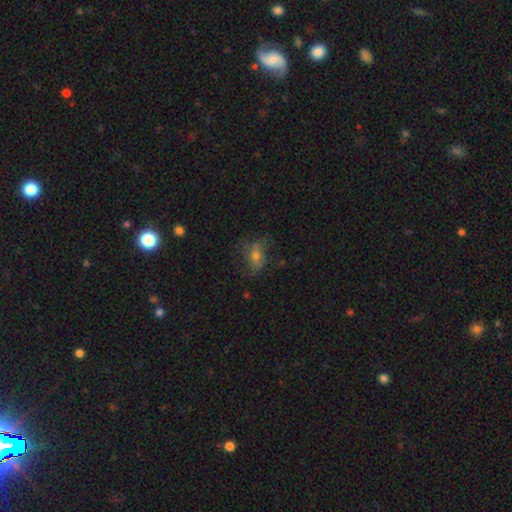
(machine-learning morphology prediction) Overall: smooth (44%, tied with featured or disk). Merging: none (59%; minor disturbance 23%).